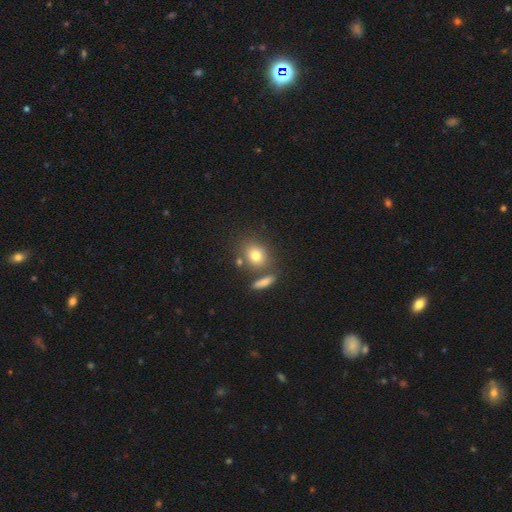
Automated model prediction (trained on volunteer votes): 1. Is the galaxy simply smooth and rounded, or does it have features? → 77% smooth, 12% featured or disk, 11% star or artifact.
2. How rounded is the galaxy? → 59% round, 39% in between, 2% cigar-shaped.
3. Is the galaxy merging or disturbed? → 66% none, 18% merger, 12% minor disturbance, 4% major disturbance.